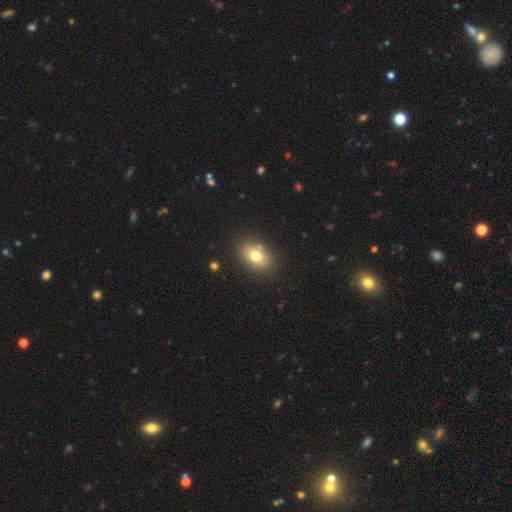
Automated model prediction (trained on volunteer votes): A smooth galaxy with no disk features (76%) that is in between round and cigar-shaped (79%). Merging: none (82%).